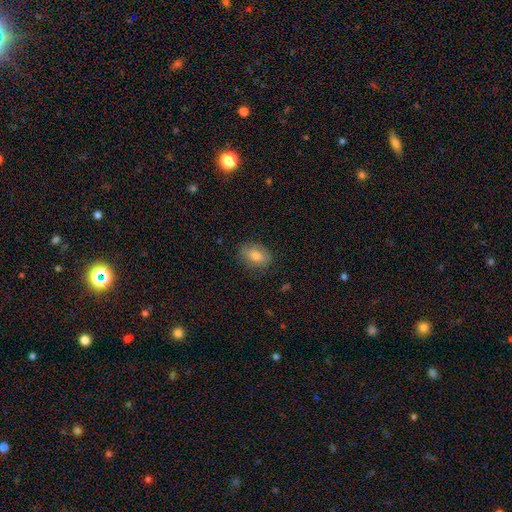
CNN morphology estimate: smooth 78%, featured or disk 13%, star or artifact 9%. Down the decision tree: how rounded — in between (79%); merging — none (80%).